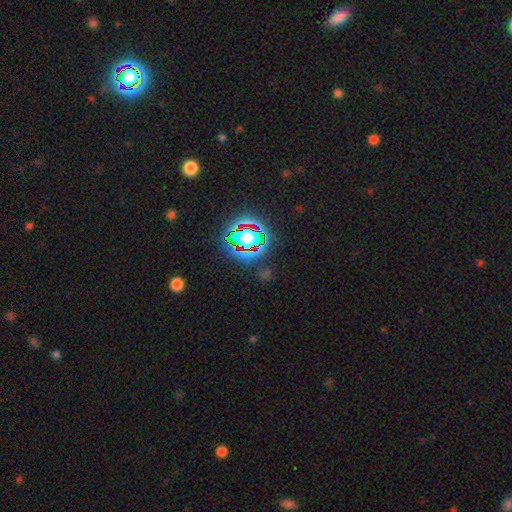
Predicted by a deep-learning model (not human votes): Smooth or featured? star or artifact (81%)